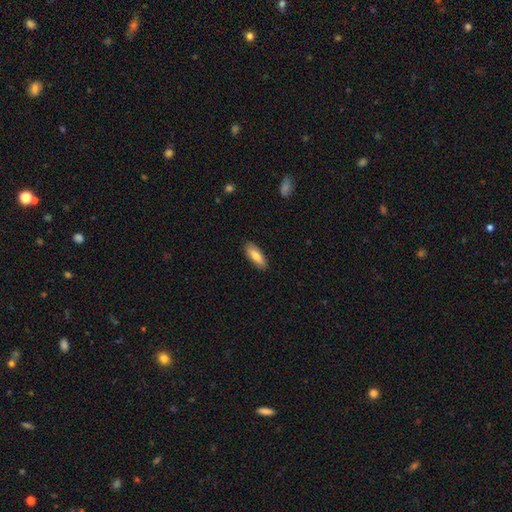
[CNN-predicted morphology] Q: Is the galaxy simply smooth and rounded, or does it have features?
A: smooth — 77%.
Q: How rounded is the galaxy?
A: in between — 63%.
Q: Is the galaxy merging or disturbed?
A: none — 88%.